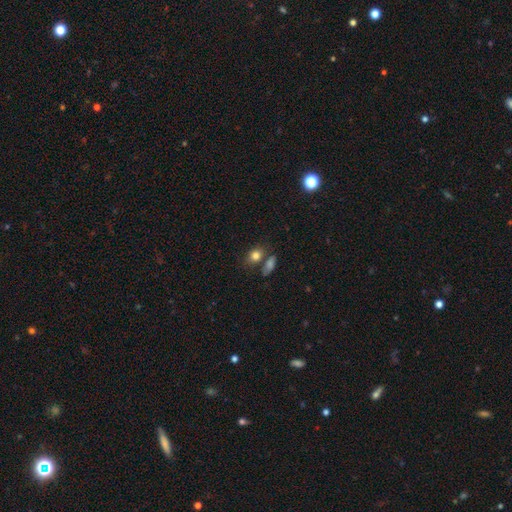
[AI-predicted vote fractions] smooth 80%, star or artifact 11%, featured or disk 9%. Down the decision tree: how rounded — in between (64%); merging — none (58%).